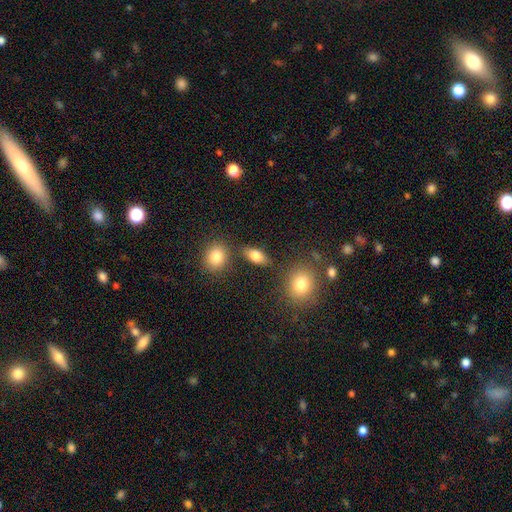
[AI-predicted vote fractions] Smooth or featured?
  - smooth: 81% *
  - featured or disk: 10%
  - star or artifact: 8%
How rounded?
  - in between: 84% *
  - round: 10%
  - cigar-shaped: 6%
Merging?
  - none: 80% *
  - minor disturbance: 11%
  - merger: 6%
  - major disturbance: 4%